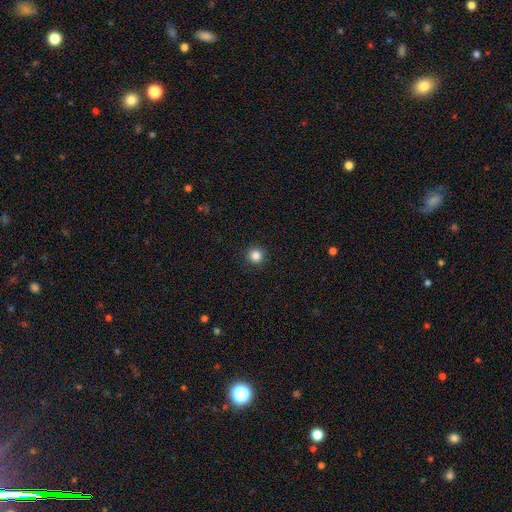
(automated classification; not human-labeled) smooth-or-featured: smooth: 85% | star or artifact: 11% | featured or disk: 4%
  how-rounded: round: 96% | in between: 3% | cigar-shaped: 1%
  merging: none: 93% | minor disturbance: 5% | major disturbance: 2% | merger: 1%